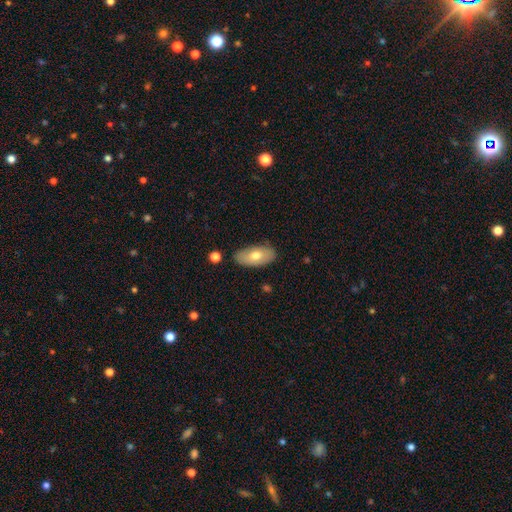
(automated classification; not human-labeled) smooth-or-featured: smooth: 69% | featured or disk: 25% | star or artifact: 6%
  how-rounded: in between: 93% | cigar-shaped: 4% | round: 3%
  merging: none: 83% | minor disturbance: 12% | major disturbance: 3% | merger: 2%